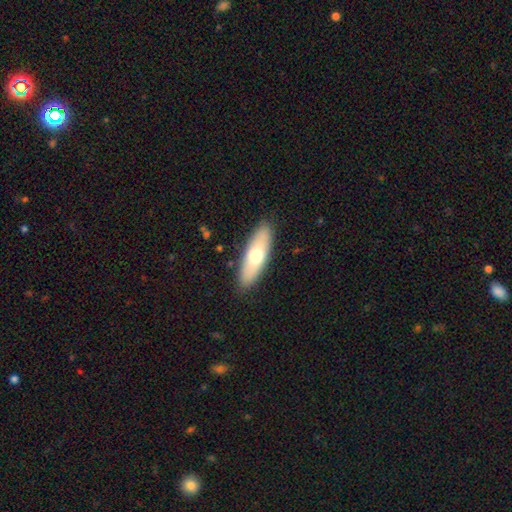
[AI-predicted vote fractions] Q: Smooth or featured?
A: smooth (65%); runner-up: featured or disk (29%)
Q: How rounded?
A: in between (53%); runner-up: cigar-shaped (45%)
Q: Merging?
A: none (89%); runner-up: minor disturbance (8%)